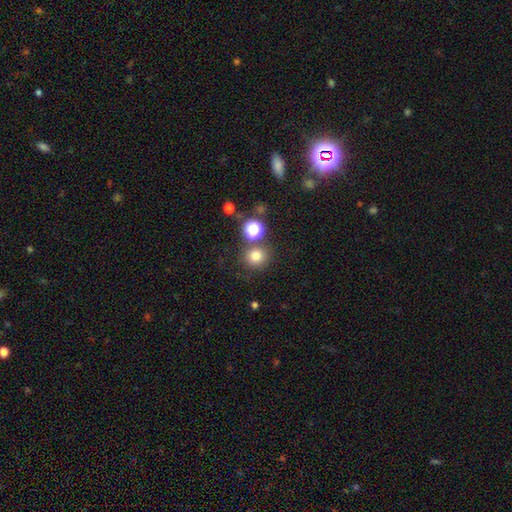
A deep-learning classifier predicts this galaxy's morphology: smooth_or_featured: smooth (p=0.76) [alt: star or artifact p=0.17]
how_rounded: round (p=0.90) [alt: in between p=0.09]
merging: none (p=0.76) [alt: merger p=0.12]